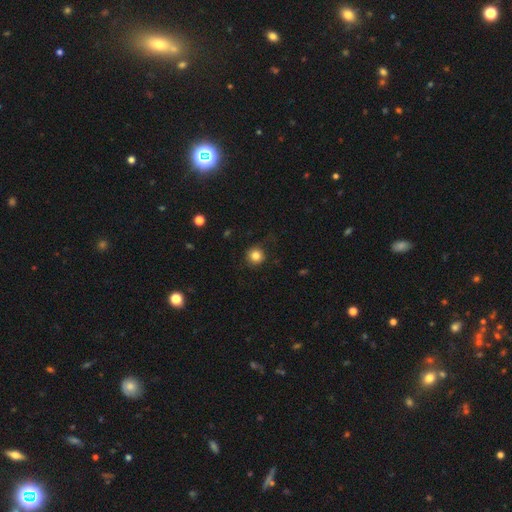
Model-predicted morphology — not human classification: smooth 82%, star or artifact 12%, featured or disk 6%. Down the decision tree: how rounded — round (94%); merging — none (86%).